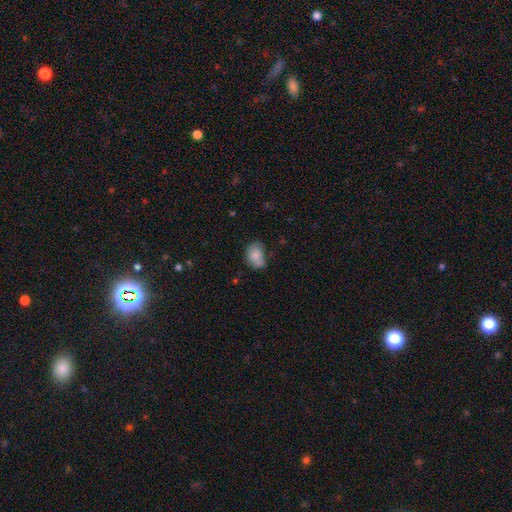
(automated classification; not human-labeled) smooth-or-featured: smooth: 78% | featured or disk: 13% | star or artifact: 8%
  how-rounded: in between: 73% | round: 26% | cigar-shaped: 1%
  merging: none: 48% | minor disturbance: 31% | merger: 11% | major disturbance: 9%